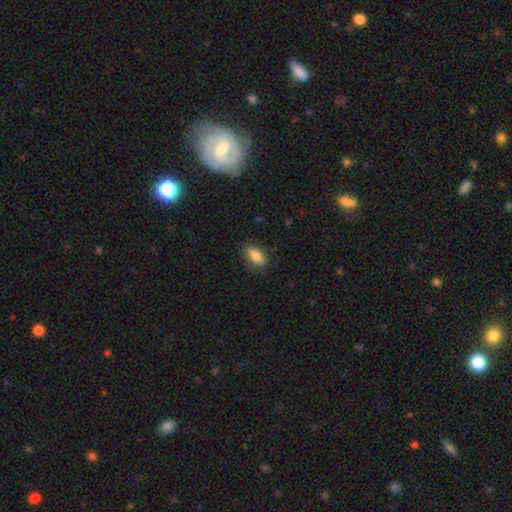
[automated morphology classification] Smooth or featured? smooth (76%)
How rounded? in between (81%)
Merging? none (76%)